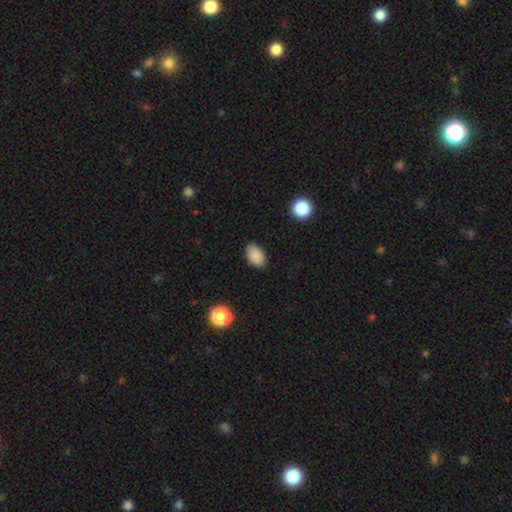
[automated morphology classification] smooth-or-featured: smooth: 87% | star or artifact: 10% | featured or disk: 3%
  how-rounded: in between: 88% | round: 11% | cigar-shaped: 1%
  merging: none: 86% | minor disturbance: 11% | major disturbance: 2% | merger: 1%